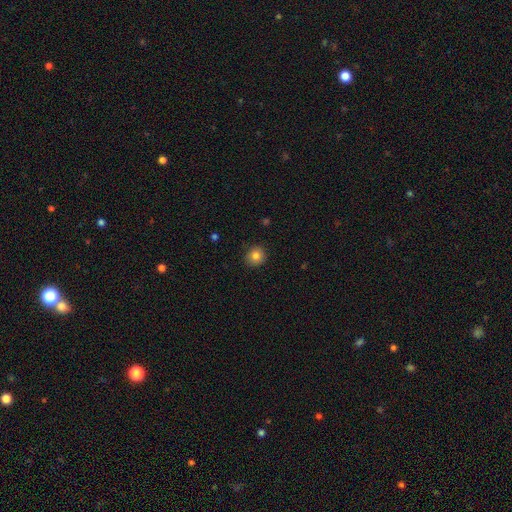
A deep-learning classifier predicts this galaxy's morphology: smooth 82%, star or artifact 11%, featured or disk 7%. Down the decision tree: how rounded — round (89%); merging — none (90%).